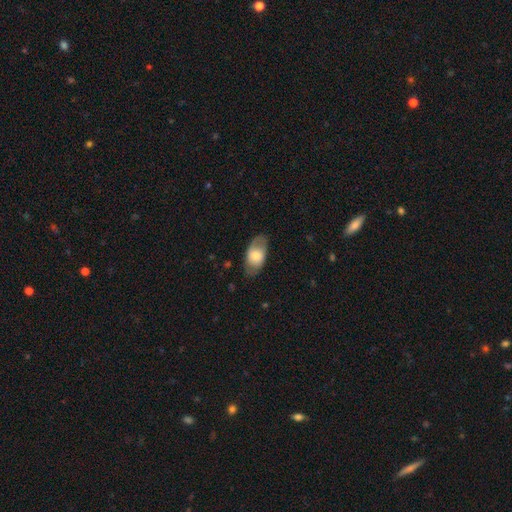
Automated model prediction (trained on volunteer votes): smooth_or_featured: smooth (p=0.60) [alt: featured or disk p=0.34]
how_rounded: in between (p=0.89) [alt: round p=0.08]
merging: none (p=0.75) [alt: minor disturbance p=0.18]